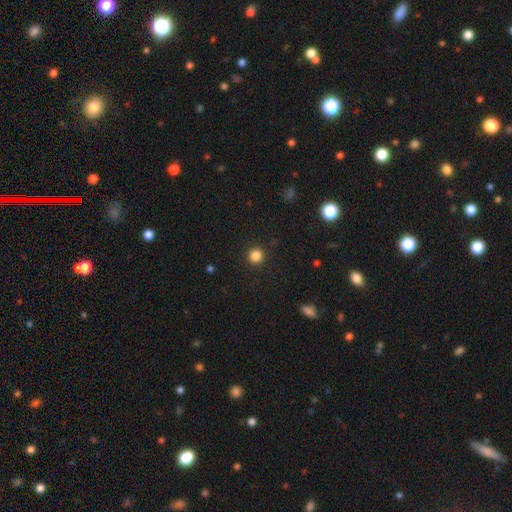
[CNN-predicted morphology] This appears to be a smooth galaxy with no disk features (84%) that is round (95%). Merging: none (92%).